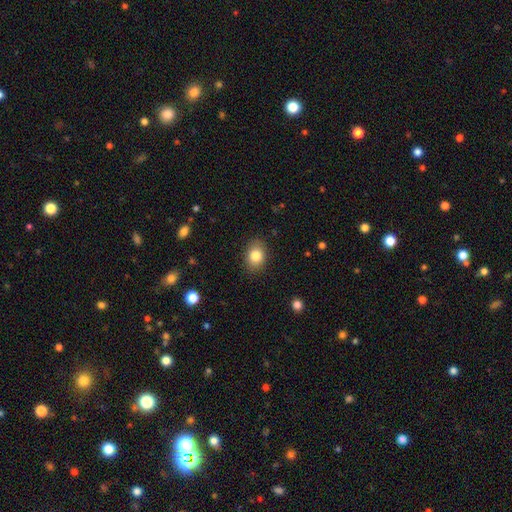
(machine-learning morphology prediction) smooth_or_featured: smooth (p=0.83) [alt: star or artifact p=0.09]
how_rounded: in between (p=0.61) [alt: round p=0.38]
merging: none (p=0.87) [alt: minor disturbance p=0.10]